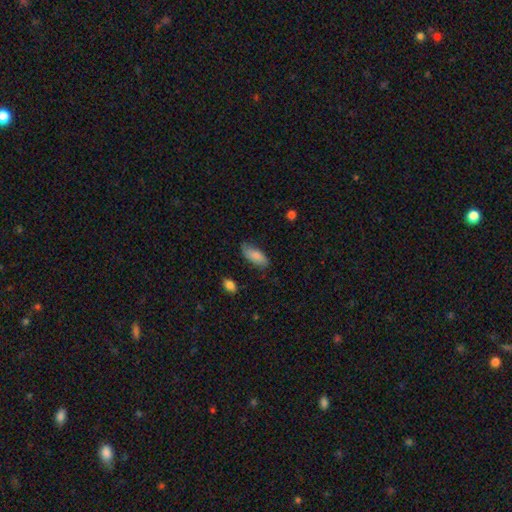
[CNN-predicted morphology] smooth-or-featured: smooth: 80% | featured or disk: 13% | star or artifact: 7%
  how-rounded: in between: 87% | cigar-shaped: 11% | round: 2%
  merging: none: 66% | minor disturbance: 26% | major disturbance: 6% | merger: 2%